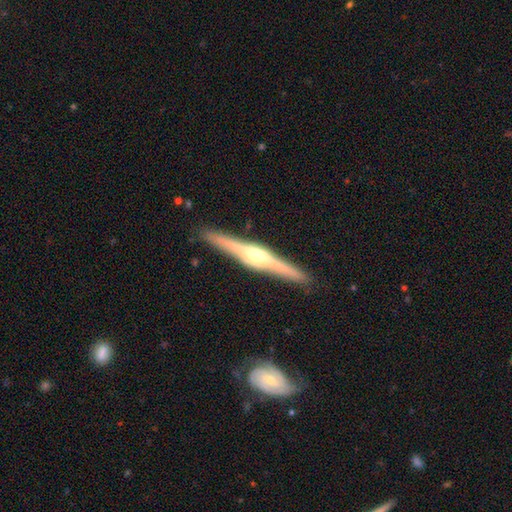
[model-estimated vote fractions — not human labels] Overall: featured or disk (85%). Edge-on disk: yes (98%). Edge-on bulge: rounded (79%). Merging: none (91%).